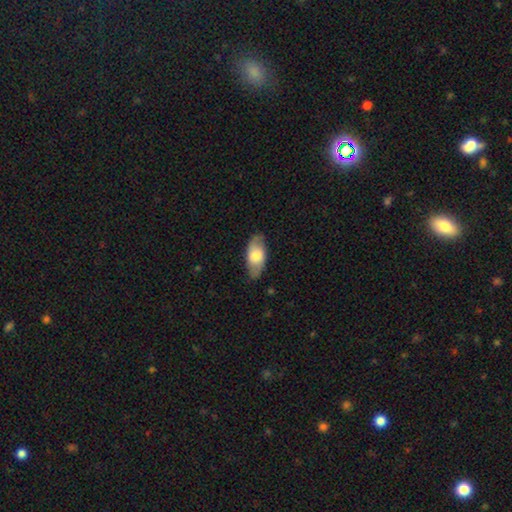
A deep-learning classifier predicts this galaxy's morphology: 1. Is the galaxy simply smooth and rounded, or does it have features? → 65% smooth, 29% featured or disk, 6% star or artifact.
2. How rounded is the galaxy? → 91% in between, 6% cigar-shaped, 3% round.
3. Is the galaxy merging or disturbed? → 81% none, 15% minor disturbance, 3% major disturbance, 1% merger.